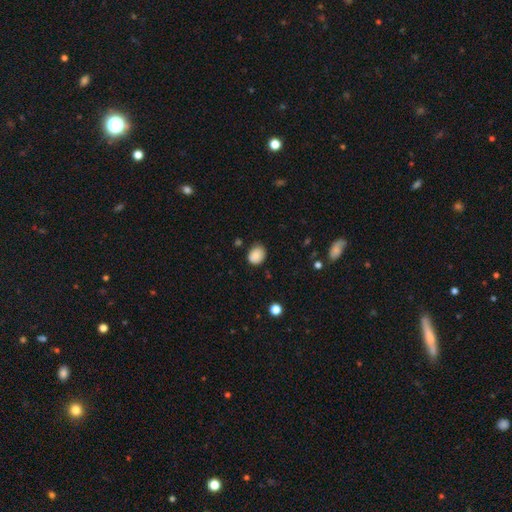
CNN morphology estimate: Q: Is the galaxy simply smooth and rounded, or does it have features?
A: smooth — 87%.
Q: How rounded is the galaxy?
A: round — 57%.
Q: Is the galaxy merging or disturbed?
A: none — 75%.